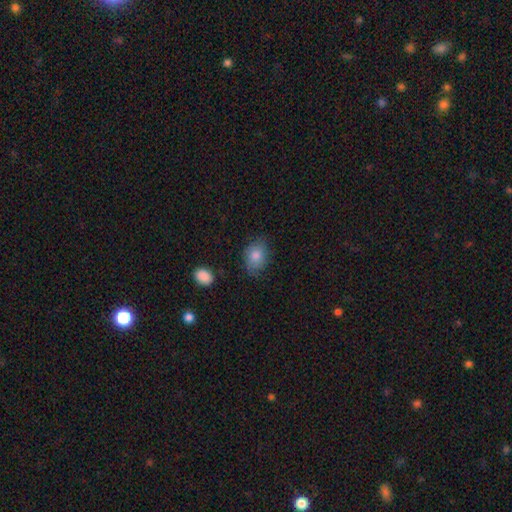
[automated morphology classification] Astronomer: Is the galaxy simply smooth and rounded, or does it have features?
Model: smooth — 81%.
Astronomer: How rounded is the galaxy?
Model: in between — 73%.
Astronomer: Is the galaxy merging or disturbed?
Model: none — 73%.